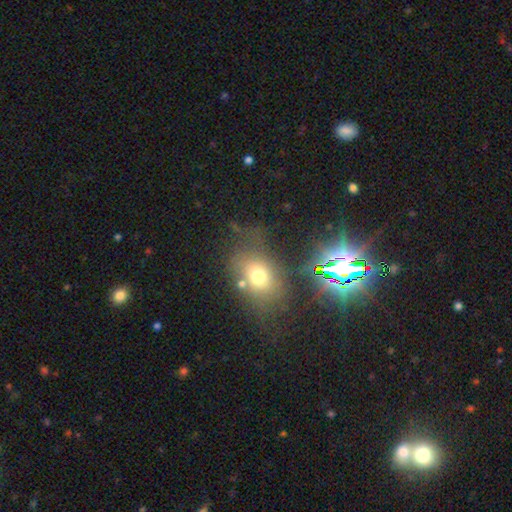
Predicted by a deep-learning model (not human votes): Morphology: type=smooth (48%); merging=none (69%).